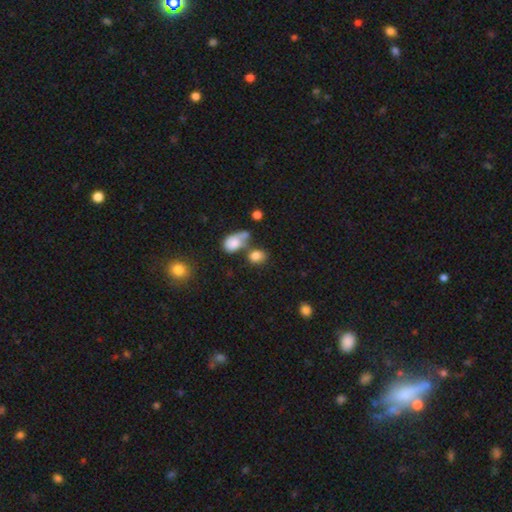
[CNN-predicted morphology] Smooth or featured?
  - smooth: 81% *
  - star or artifact: 11%
  - featured or disk: 9%
How rounded?
  - in between: 54% *
  - round: 44%
  - cigar-shaped: 2%
Merging?
  - none: 49% *
  - merger: 30%
  - minor disturbance: 14%
  - major disturbance: 7%